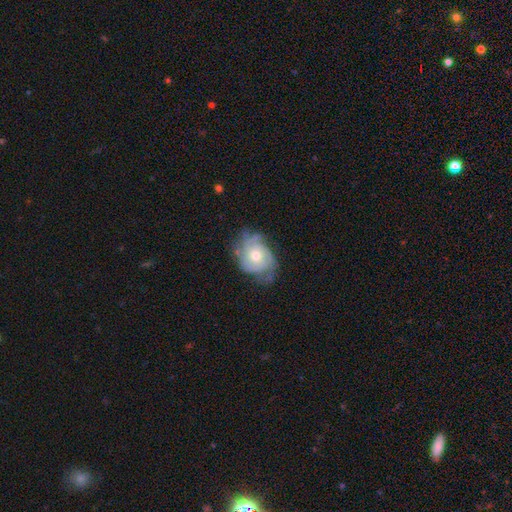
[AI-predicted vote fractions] featured or disk 83%, smooth 12%, star or artifact 6%. Down the decision tree: edge-on disk — no (97%); bar — no (80%); spiral arms — yes (94%); spiral arm count — 3 (30%); spiral winding — tight (64%); bulge size — moderate (66%); merging — none (65%).